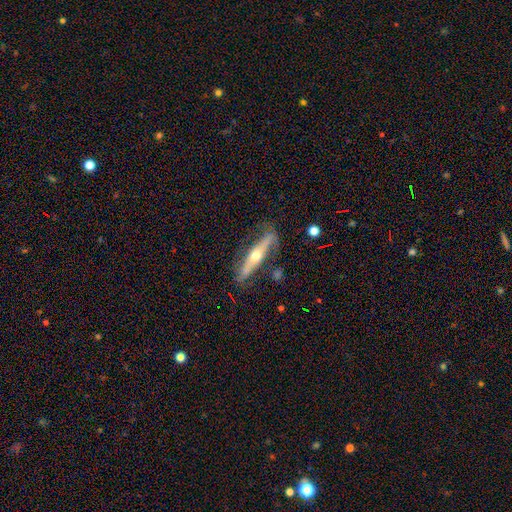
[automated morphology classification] Smooth or featured? featured or disk (67%)
Edge-on disk? yes (82%)
Edge-on bulge? rounded (91%)
Merging? none (72%)